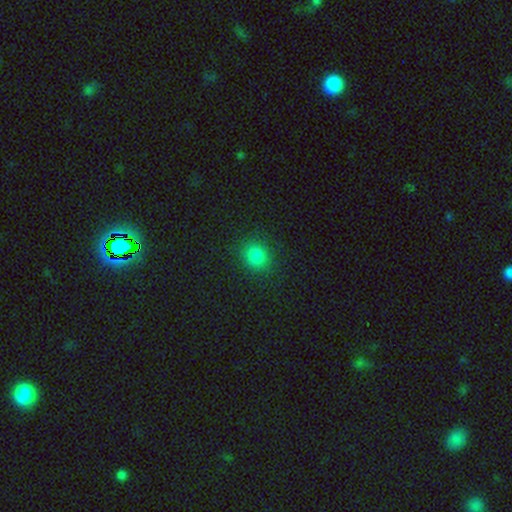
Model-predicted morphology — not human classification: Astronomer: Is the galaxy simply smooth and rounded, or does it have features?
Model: smooth — 83%.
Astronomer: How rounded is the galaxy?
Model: round — 83%.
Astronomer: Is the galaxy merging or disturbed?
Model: none — 88%.